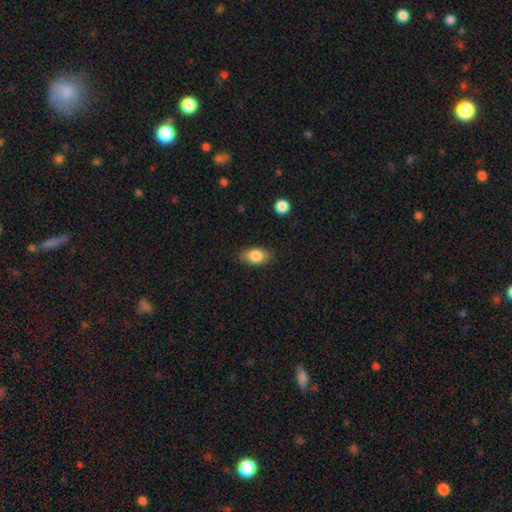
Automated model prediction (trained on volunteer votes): This is clearly a smooth galaxy (82%). How rounded: clearly in between (87%). Merging: clearly none (81%).